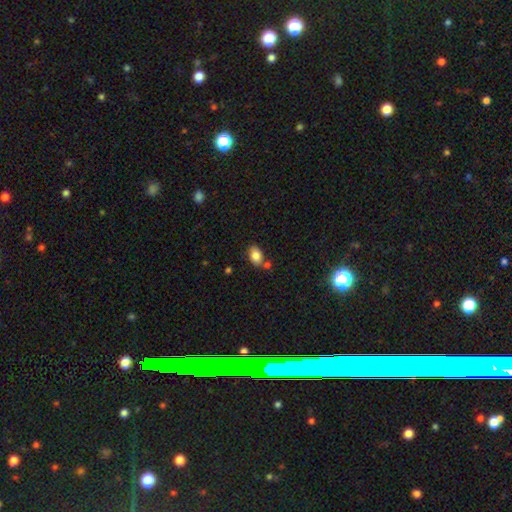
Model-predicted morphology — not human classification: The model was most divided on "merging": none: 70%, minor disturbance: 14%, merger: 13%, major disturbance: 3%. More confident: how rounded — in between (86%); smooth or featured — smooth (85%).